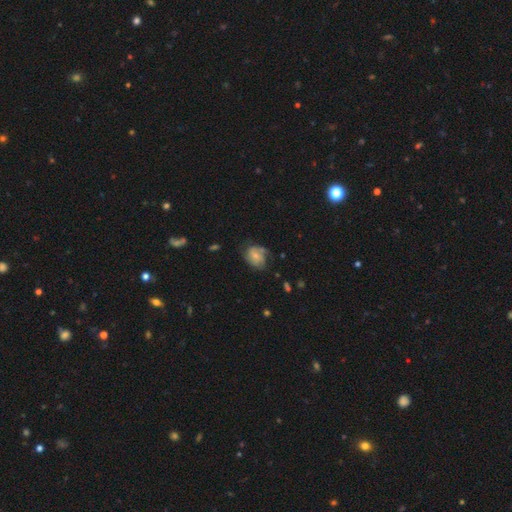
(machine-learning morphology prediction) featured or disk 57%, smooth 34%, star or artifact 8%. Down the decision tree: edge-on disk — no (97%); bar — no (59%); spiral arms — yes (86%); bulge size — small (56%); merging — none (55%).